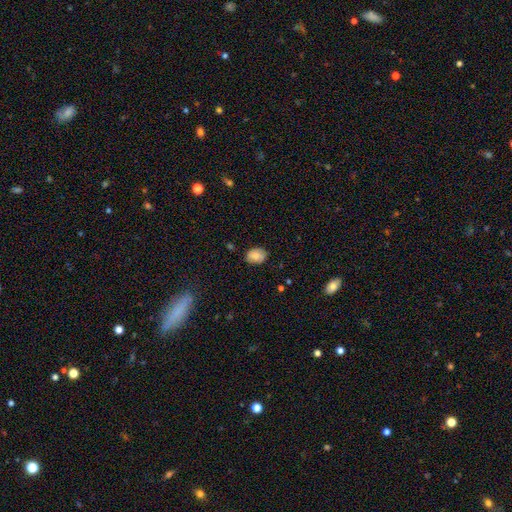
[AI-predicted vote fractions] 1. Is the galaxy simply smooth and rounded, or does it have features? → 80% smooth, 12% featured or disk, 8% star or artifact.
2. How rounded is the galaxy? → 66% in between, 33% round, 1% cigar-shaped.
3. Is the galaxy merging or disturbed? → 82% none, 15% minor disturbance, 3% major disturbance, 1% merger.